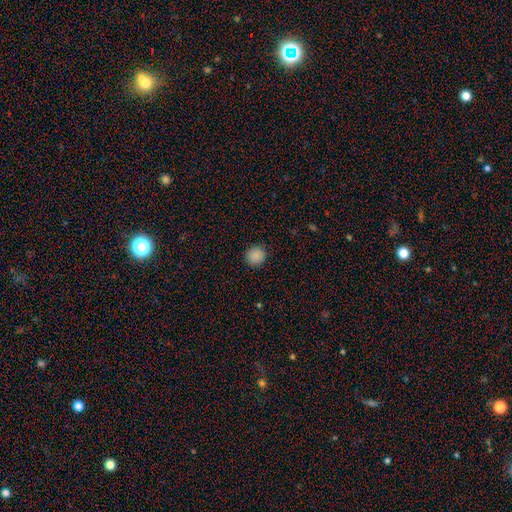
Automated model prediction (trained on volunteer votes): smooth_or_featured: smooth (p=0.88) [alt: star or artifact p=0.09]
how_rounded: round (p=0.89) [alt: in between p=0.10]
merging: none (p=0.91) [alt: minor disturbance p=0.06]